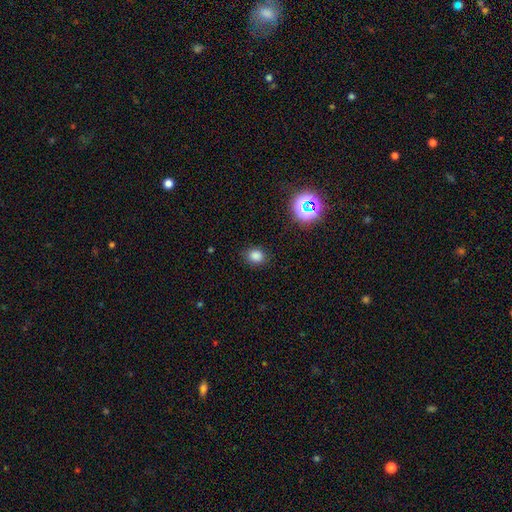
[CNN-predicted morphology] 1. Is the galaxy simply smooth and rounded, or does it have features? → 80% smooth, 15% star or artifact, 4% featured or disk.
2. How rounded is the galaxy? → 61% round, 38% in between, 1% cigar-shaped.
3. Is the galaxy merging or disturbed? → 86% none, 10% minor disturbance, 3% major disturbance, 1% merger.